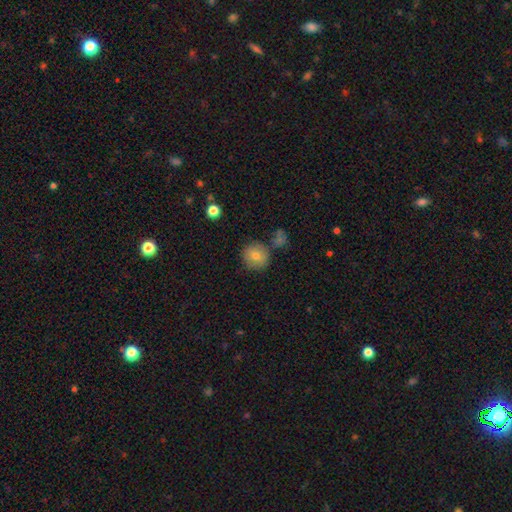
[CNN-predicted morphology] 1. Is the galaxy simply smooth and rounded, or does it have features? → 77% smooth, 13% featured or disk, 10% star or artifact.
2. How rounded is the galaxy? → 90% round, 9% in between, 1% cigar-shaped.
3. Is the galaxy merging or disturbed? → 78% none, 11% minor disturbance, 8% merger, 3% major disturbance.